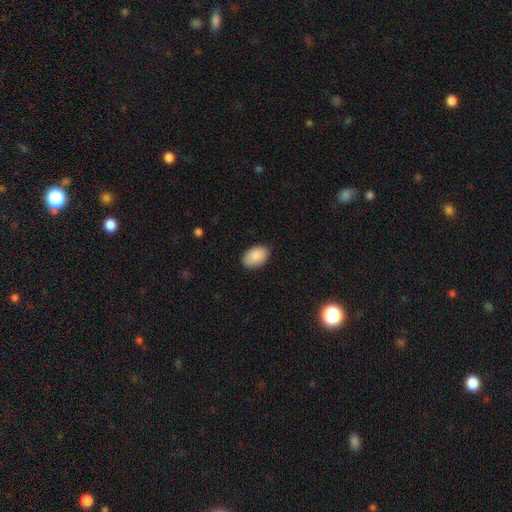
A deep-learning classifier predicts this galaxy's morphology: Overall: smooth (88%). How rounded: in between (90%). Merging: none (86%).